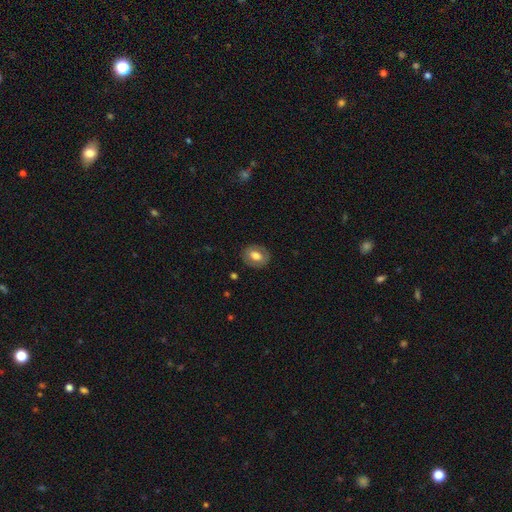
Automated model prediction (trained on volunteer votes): The model was most divided on "how rounded": in between: 55%, round: 44%, cigar-shaped: 1%. More confident: merging — none (85%); smooth or featured — smooth (64%).